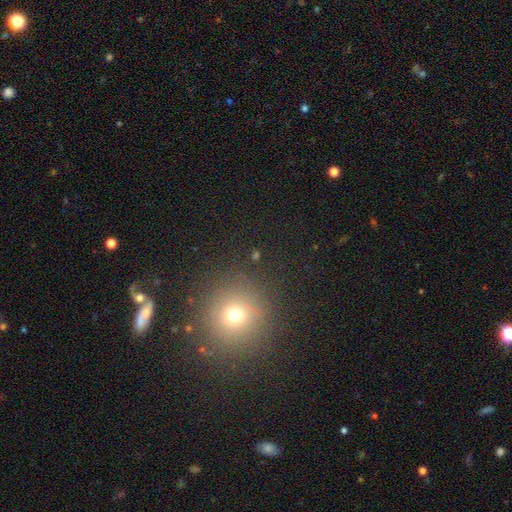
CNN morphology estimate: smooth 56%, star or artifact 35%, featured or disk 10%. Down the decision tree: how rounded — round (90%); merging — none (86%).